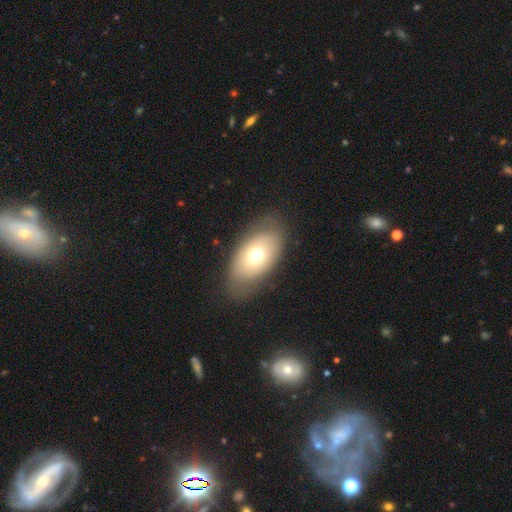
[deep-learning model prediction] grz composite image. It shows a smooth galaxy with no disk features (65%) that is in between round and cigar-shaped (89%). Merging: none (77%).